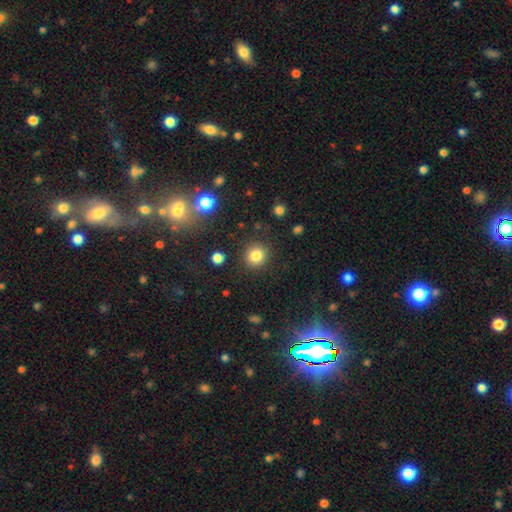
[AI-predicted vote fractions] smooth 82%, star or artifact 12%, featured or disk 5%. Down the decision tree: how rounded — round (88%); merging — none (87%).